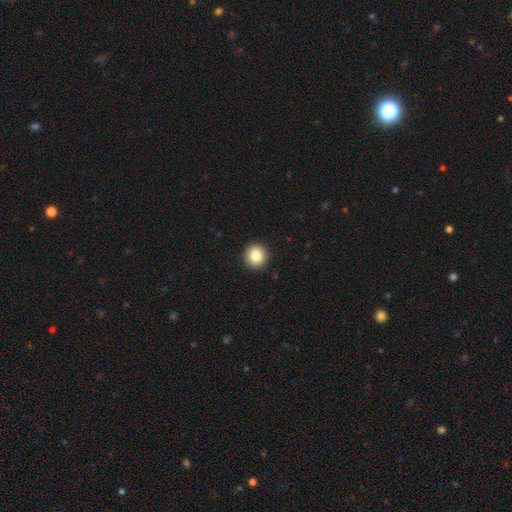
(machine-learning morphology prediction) Smooth or featured? Predicted: smooth (p=0.85). How rounded? Predicted: round (p=0.94). Merging? Predicted: none (p=0.93).